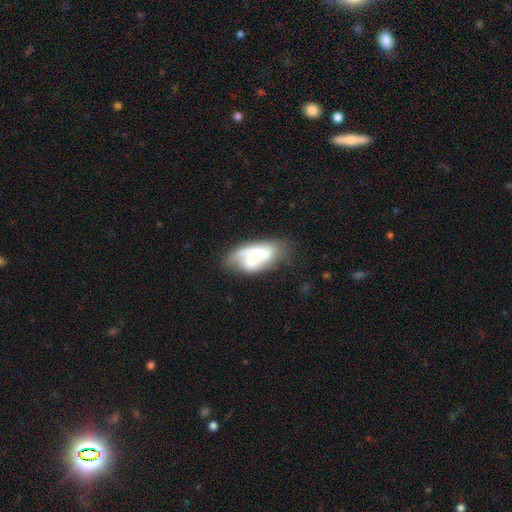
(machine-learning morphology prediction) Q: Smooth or featured?
A: featured or disk (53%); runner-up: smooth (40%)
Q: Edge-on disk?
A: no (93%); runner-up: yes (7%)
Q: Merging?
A: none (48%); runner-up: minor disturbance (29%)